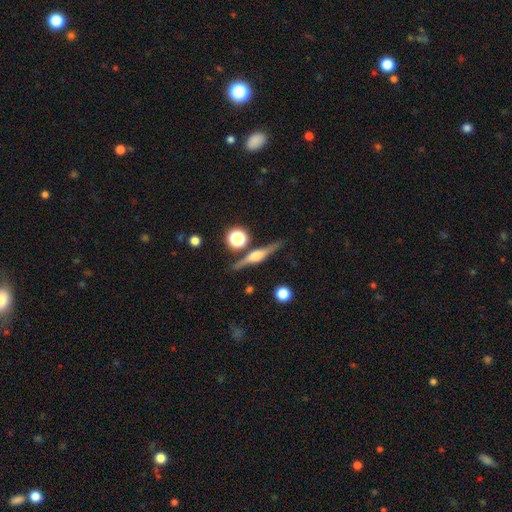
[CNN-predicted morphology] This appears to be a featured or disk galaxy (76%) viewed edge-on (97%) with a rounded central bulge (86%). Merging: none (84%).